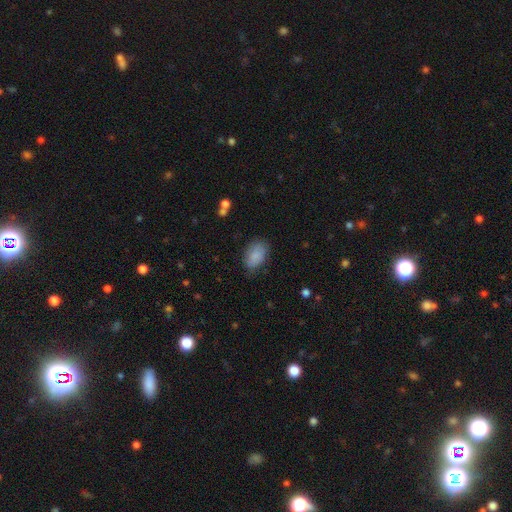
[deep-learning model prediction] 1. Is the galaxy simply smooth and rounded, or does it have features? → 87% smooth, 7% star or artifact, 6% featured or disk.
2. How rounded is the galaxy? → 91% in between, 8% round, 1% cigar-shaped.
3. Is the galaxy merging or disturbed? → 75% none, 19% minor disturbance, 4% major disturbance, 1% merger.